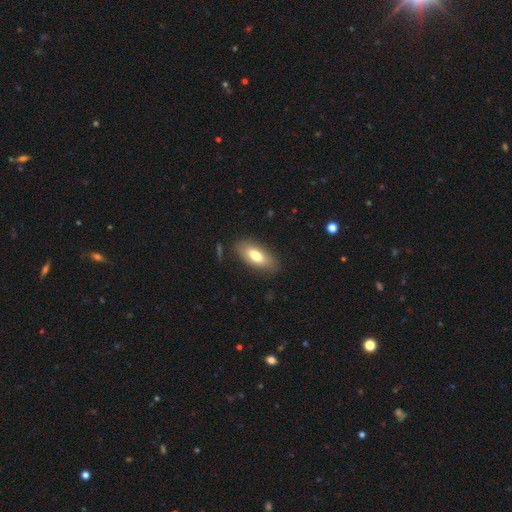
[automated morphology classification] type=smooth (74%); roundness=in between (85%); merging=none (82%).